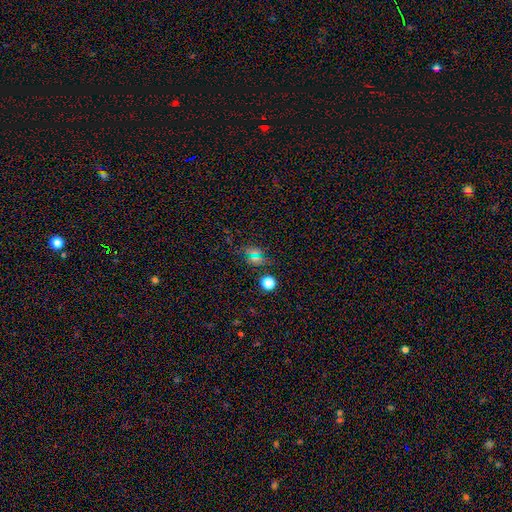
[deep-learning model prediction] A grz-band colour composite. It shows a star or artifact, not a galaxy (49%).